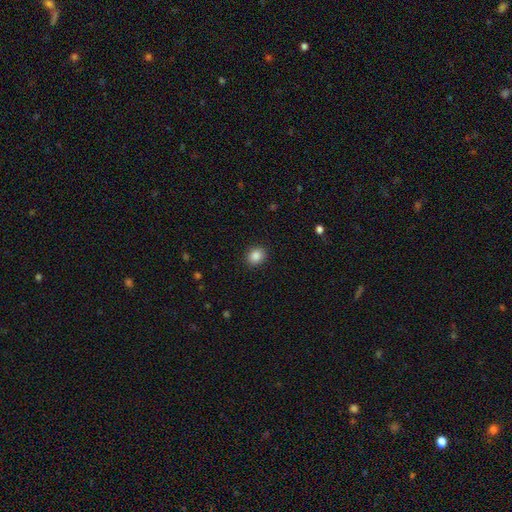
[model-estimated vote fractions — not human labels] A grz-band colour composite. It shows a smooth galaxy with no disk features (87%) that is round (68%). Merging: none (90%).